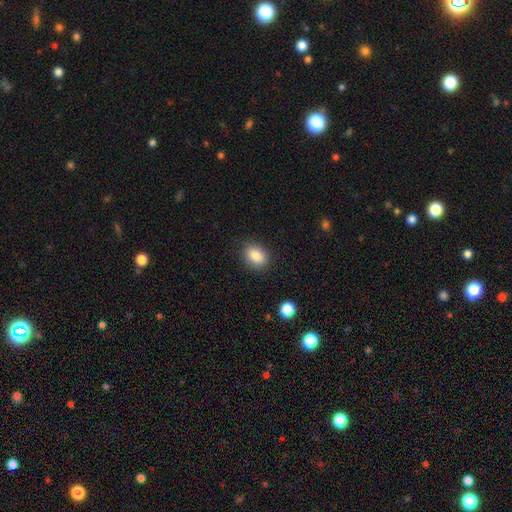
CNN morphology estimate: smooth 87%, star or artifact 8%, featured or disk 5%. Down the decision tree: how rounded — in between (71%); merging — none (85%).